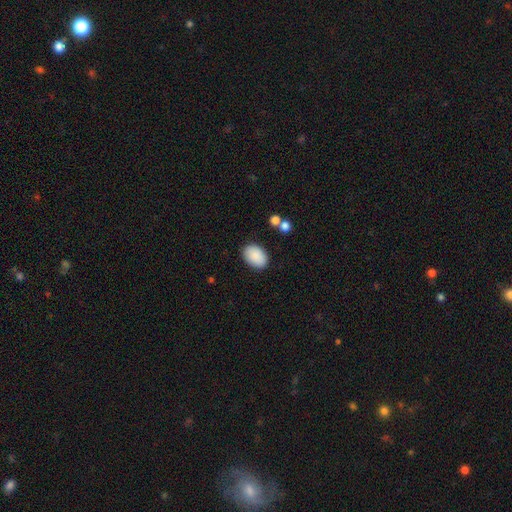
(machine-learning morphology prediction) A smooth galaxy with no disk features (90%) that is in between round and cigar-shaped (87%). Merging: none (86%).